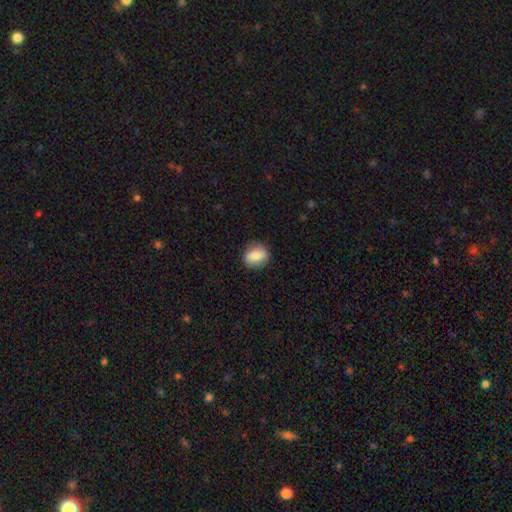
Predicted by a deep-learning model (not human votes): The model was most divided on "how rounded": in between: 58%, round: 40%, cigar-shaped: 2%. More confident: smooth or featured — smooth (84%); merging — none (84%).